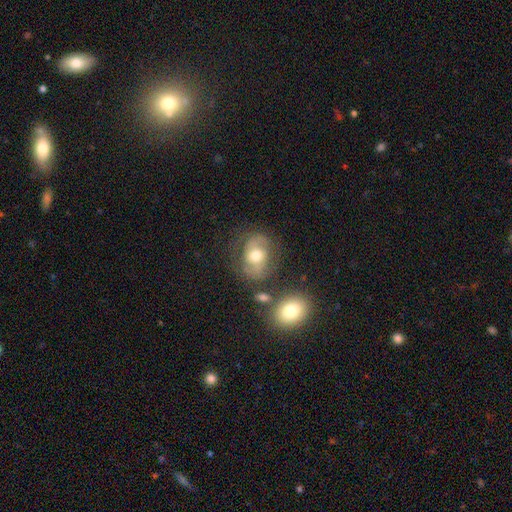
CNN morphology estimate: Smooth or featured? featured or disk (55%)
Edge-on disk? no (96%)
Bar? no (58%)
Spiral arms? yes (71%)
Bulge size? moderate (72%)
Merging? none (61%)